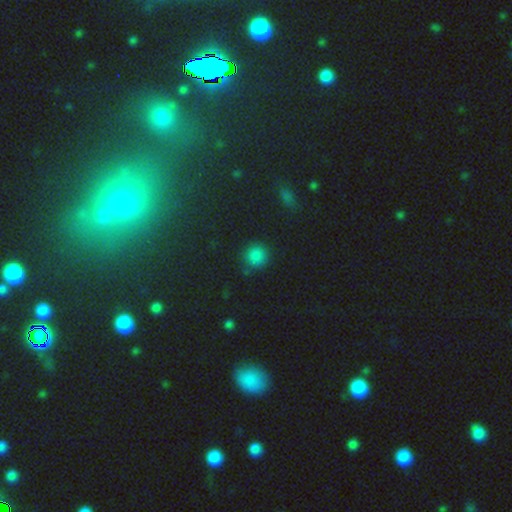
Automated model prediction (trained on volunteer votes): Smooth or featured? Predicted: smooth (p=0.74). How rounded? Predicted: round (p=0.87). Merging? Predicted: none (p=0.79).